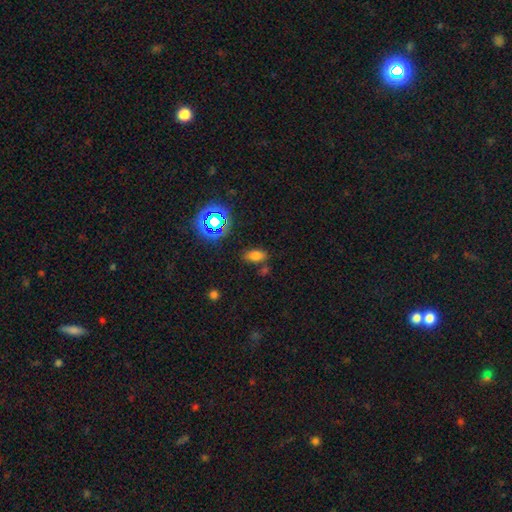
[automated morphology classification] smooth-or-featured: smooth: 69% | star or artifact: 23% | featured or disk: 9%
  how-rounded: in between: 86% | round: 9% | cigar-shaped: 5%
  merging: none: 73% | minor disturbance: 13% | merger: 10% | major disturbance: 4%